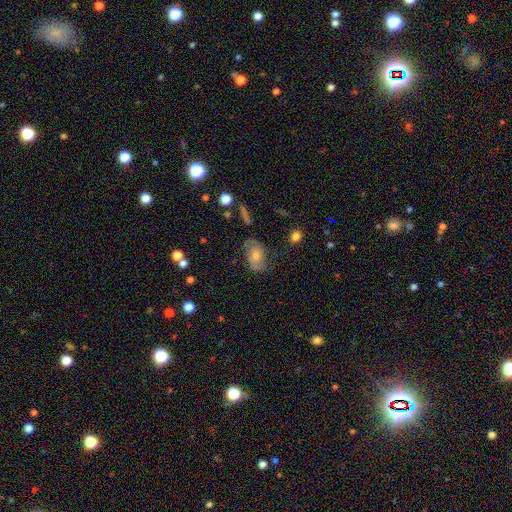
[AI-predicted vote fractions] Smooth or featured?
  - featured or disk: 58% *
  - smooth: 29%
  - star or artifact: 13%
Edge-on disk?
  - no: 95% *
  - yes: 5%
Bar?
  - no: 68% *
  - weak: 27%
  - strong: 6%
Spiral arms?
  - yes: 84% *
  - no: 16%
Bulge size?
  - moderate: 52% *
  - small: 33%
  - large: 8%
  - none: 5%
  - dominant: 2%
Merging?
  - none: 66% *
  - minor disturbance: 21%
  - major disturbance: 11%
  - merger: 2%